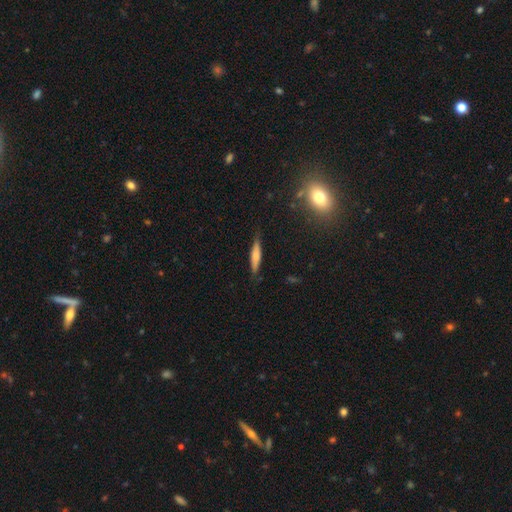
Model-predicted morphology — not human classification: Smooth or featured: smooth — 60% (featured or disk — 32%)
How rounded: cigar-shaped — 82% (in between — 16%)
Merging: none — 81% (minor disturbance — 14%)